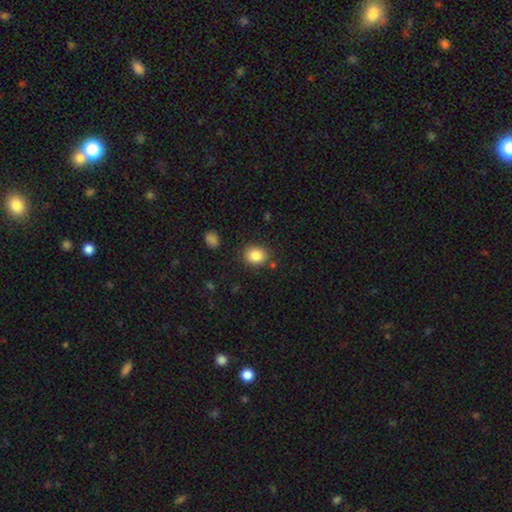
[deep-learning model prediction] A smooth galaxy with no disk features (85%) that is round (61%).

Vote fractions:
- Smooth or featured? smooth: 85% / star or artifact: 10% / featured or disk: 5%
- How rounded? round: 61% / in between: 38% / cigar-shaped: 1%
- Merging? none: 85% / minor disturbance: 10% / merger: 3% / major disturbance: 3%